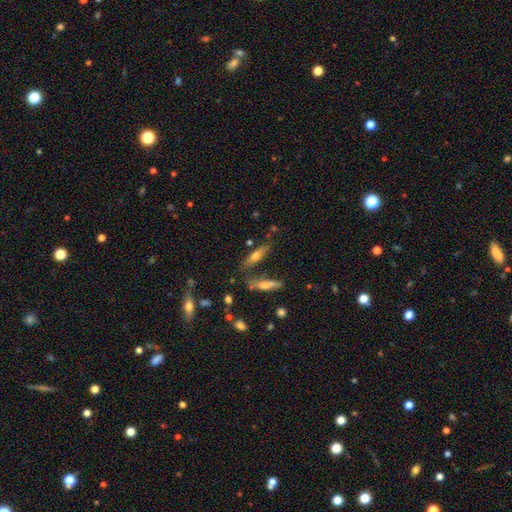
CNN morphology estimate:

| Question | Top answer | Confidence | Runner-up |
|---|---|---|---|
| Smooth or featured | smooth | 59% | featured or disk (32%) |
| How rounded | cigar-shaped | 64% | in between (34%) |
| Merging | none | 64% | merger (16%) |